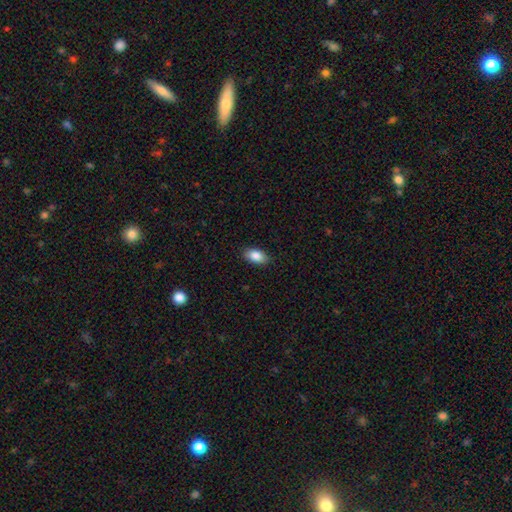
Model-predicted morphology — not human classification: A smooth galaxy with no disk features (87%) that is in between round and cigar-shaped (92%).

Vote fractions:
- Smooth or featured? smooth: 87% / star or artifact: 7% / featured or disk: 6%
- How rounded? in between: 92% / round: 5% / cigar-shaped: 3%
- Merging? none: 88% / minor disturbance: 9% / major disturbance: 2% / merger: 1%